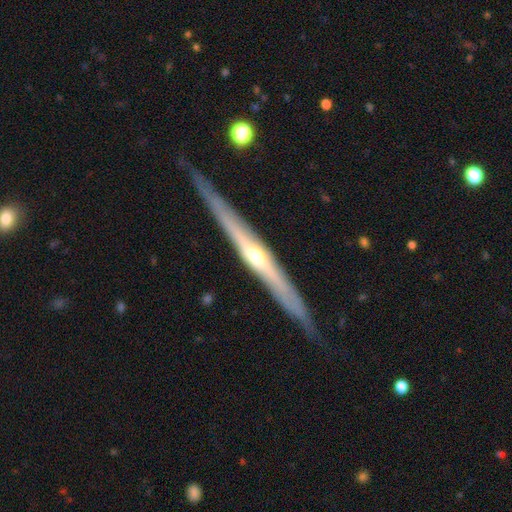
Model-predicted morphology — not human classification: A featured or disk galaxy (76%) viewed edge-on (96%) with a rounded central bulge (84%).

Vote fractions:
- Smooth or featured? featured or disk: 76% / smooth: 18% / star or artifact: 5%
- Edge-on disk? yes: 96% / no: 4%
- Edge-on bulge? rounded: 84% / none: 11% / boxy: 5%
- Merging? none: 84% / minor disturbance: 12% / major disturbance: 3% / merger: 2%